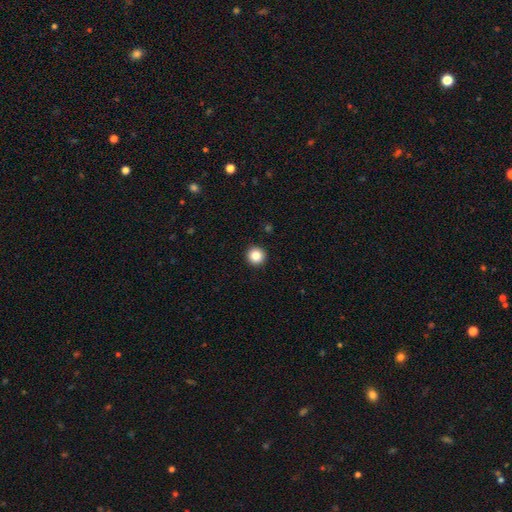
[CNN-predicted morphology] Smooth or featured?
  - smooth: 85% *
  - star or artifact: 10%
  - featured or disk: 5%
How rounded?
  - round: 96% *
  - in between: 3%
  - cigar-shaped: 1%
Merging?
  - none: 94% *
  - minor disturbance: 4%
  - major disturbance: 1%
  - merger: 1%